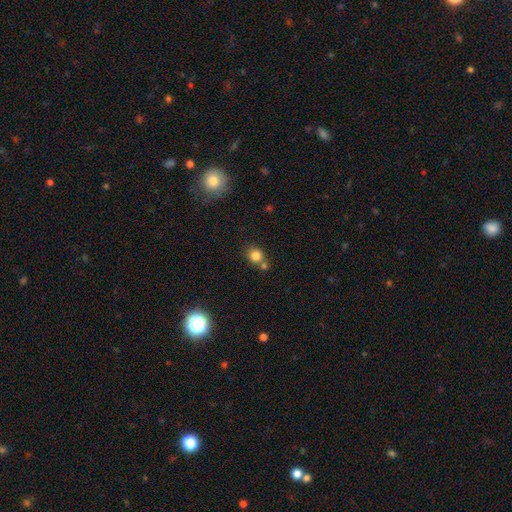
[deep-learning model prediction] Smooth or featured? smooth (81%)
How rounded? round (78%)
Merging? none (60%)